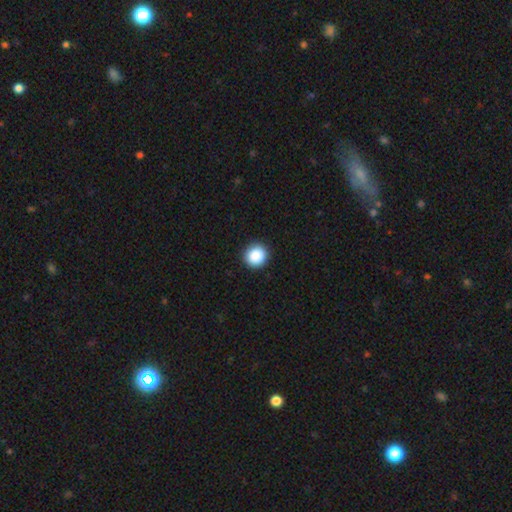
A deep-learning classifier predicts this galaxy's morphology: This is clearly a smooth galaxy (89%). How rounded: clearly round (91%). Merging: clearly none (92%).